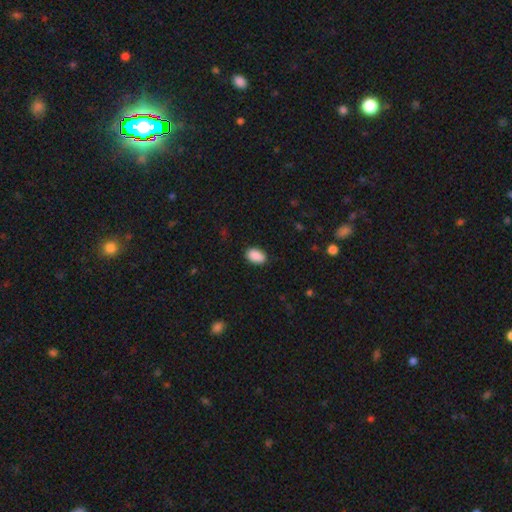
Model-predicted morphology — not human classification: Smooth or featured? Predicted: smooth (p=0.90). How rounded? Predicted: in between (p=0.90). Merging? Predicted: none (p=0.87).